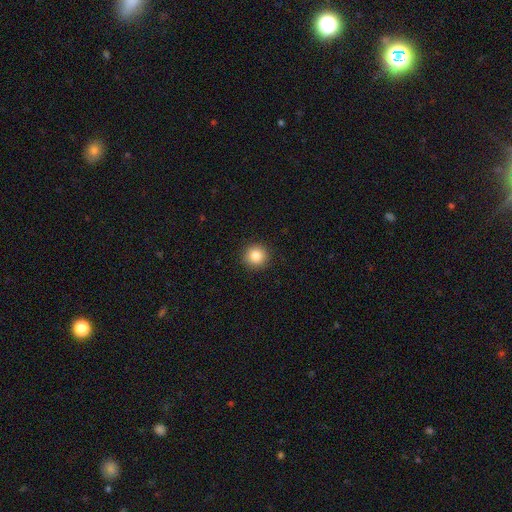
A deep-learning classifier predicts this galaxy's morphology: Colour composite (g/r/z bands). It shows a smooth galaxy with no disk features (84%) that is round (94%). Merging: none (92%).